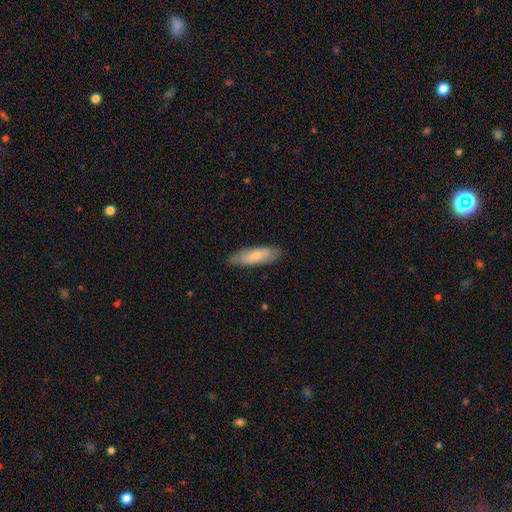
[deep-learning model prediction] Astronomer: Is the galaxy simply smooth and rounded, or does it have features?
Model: smooth — 69%.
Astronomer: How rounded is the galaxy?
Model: cigar-shaped — 50% (runner-up: in between, 49%).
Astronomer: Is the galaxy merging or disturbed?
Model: none — 84%.